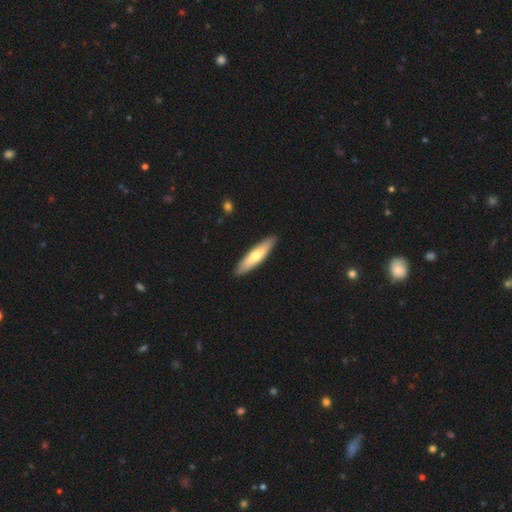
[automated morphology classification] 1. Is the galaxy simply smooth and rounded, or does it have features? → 61% smooth, 34% featured or disk, 5% star or artifact.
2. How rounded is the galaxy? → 77% cigar-shaped, 21% in between, 1% round.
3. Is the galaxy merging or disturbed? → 91% none, 7% minor disturbance, 1% major disturbance, 1% merger.